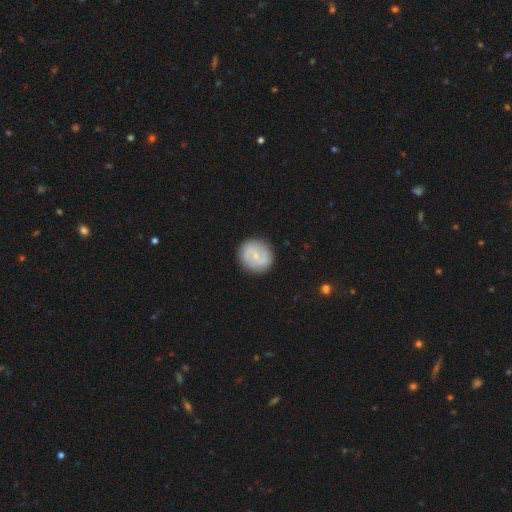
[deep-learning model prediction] This is possibly a featured or disk galaxy (53%). It is clearly not viewed edge-on (97%). Bar: possibly no (47%). Spiral arm pattern: clearly yes (81%). Central bulge: likely small (74%). Merging: clearly none (87%).